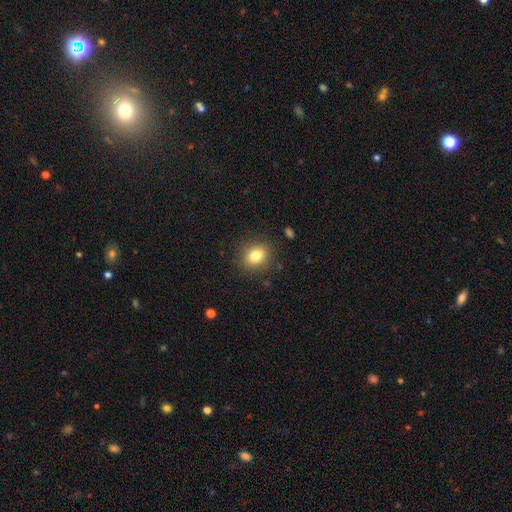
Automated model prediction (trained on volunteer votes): This is clearly a smooth galaxy (81%). How rounded: likely round (63%). Merging: clearly none (87%).